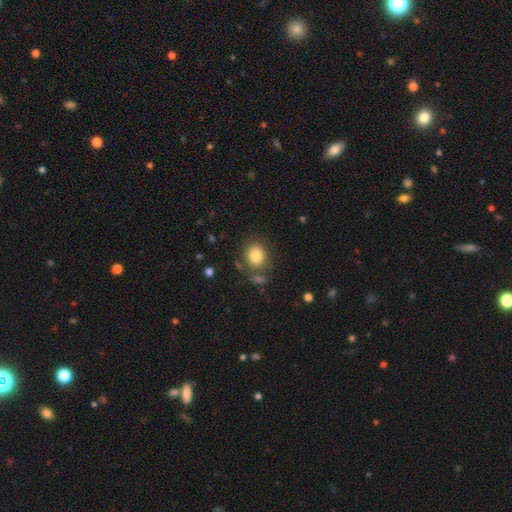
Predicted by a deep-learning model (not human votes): This is clearly a smooth galaxy (83%). How rounded: likely round (72%). Merging: likely none (73%).